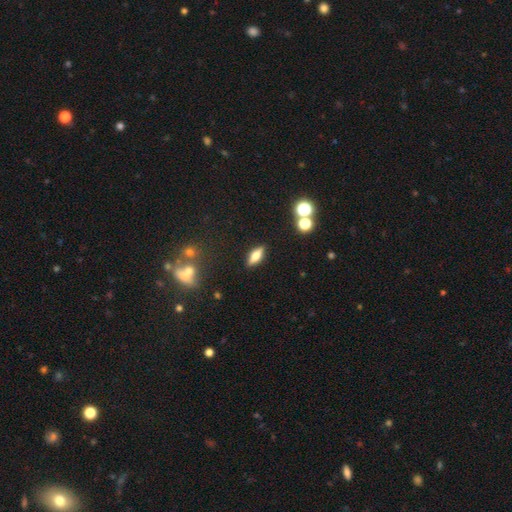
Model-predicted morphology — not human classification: This appears to be a smooth galaxy with no disk features (58%) that is in between round and cigar-shaped (62%). Merging: none (87%).